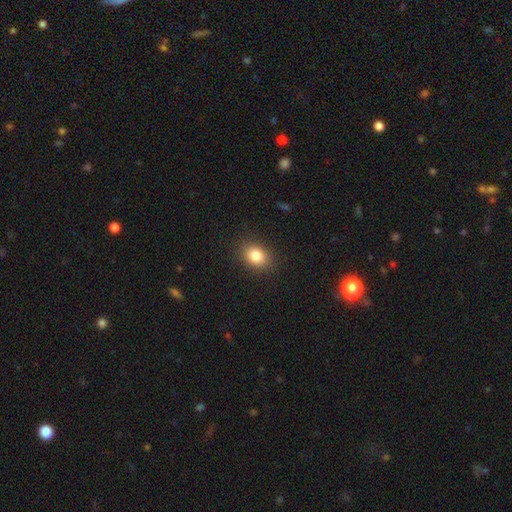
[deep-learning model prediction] Smooth or featured: smooth — 84% (star or artifact — 10%)
How rounded: in between — 63% (round — 36%)
Merging: none — 88% (minor disturbance — 9%)